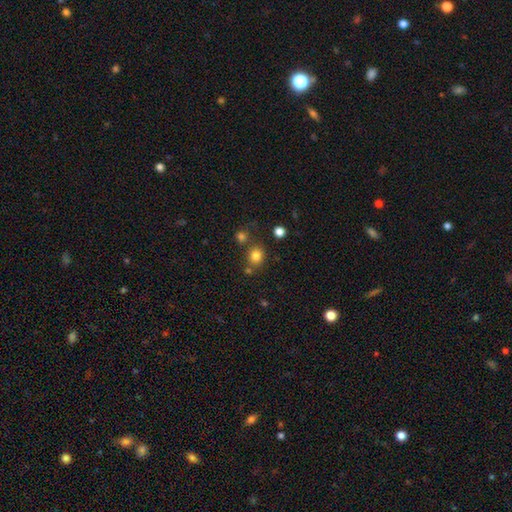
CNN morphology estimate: The model was most divided on "how rounded": round: 78%, in between: 21%, cigar-shaped: 1%. More confident: smooth or featured — smooth (80%); merging — none (72%).